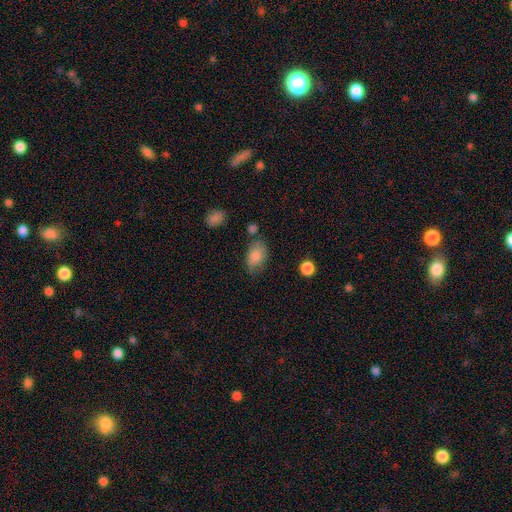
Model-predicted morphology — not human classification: A smooth galaxy with no disk features (84%) that is in between round and cigar-shaped (90%). Merging: none (65%).